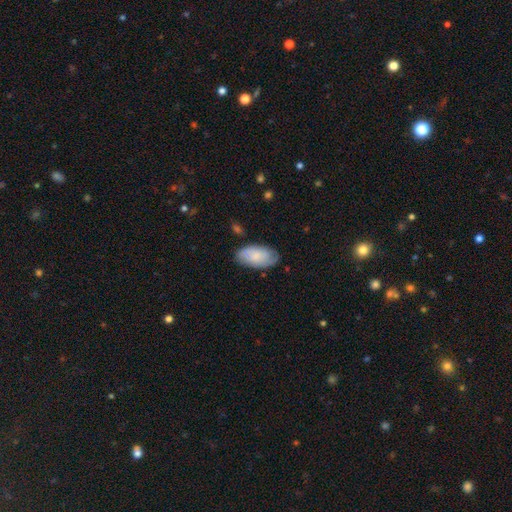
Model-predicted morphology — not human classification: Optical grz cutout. It shows a smooth galaxy with no disk features (70%) that is in between round and cigar-shaped (95%). Merging: none (75%).